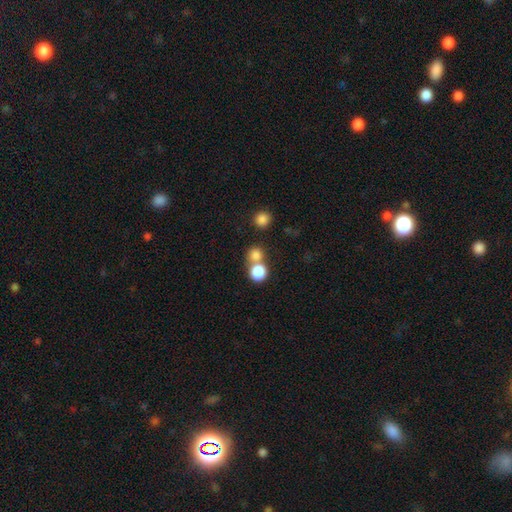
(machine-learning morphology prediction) A smooth galaxy with no disk features (80%) that is round (86%).

Vote fractions:
- Smooth or featured? smooth: 80% / star or artifact: 13% / featured or disk: 7%
- How rounded? round: 86% / in between: 13% / cigar-shaped: 1%
- Merging? none: 50% / merger: 41% / minor disturbance: 6% / major disturbance: 3%